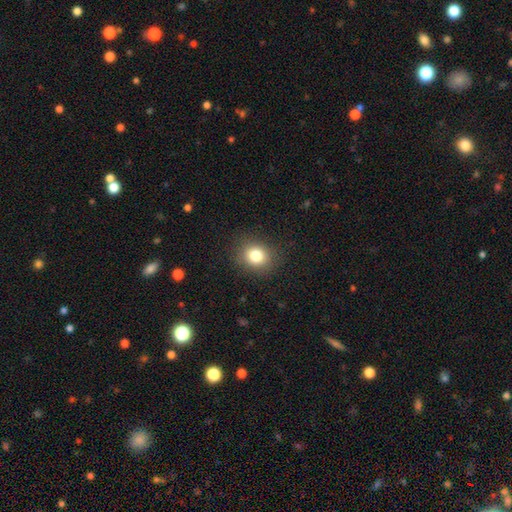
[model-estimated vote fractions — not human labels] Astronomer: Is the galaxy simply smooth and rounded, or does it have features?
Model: smooth — 80%.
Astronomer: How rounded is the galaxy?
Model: round — 71%.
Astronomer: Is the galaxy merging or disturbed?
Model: none — 88%.